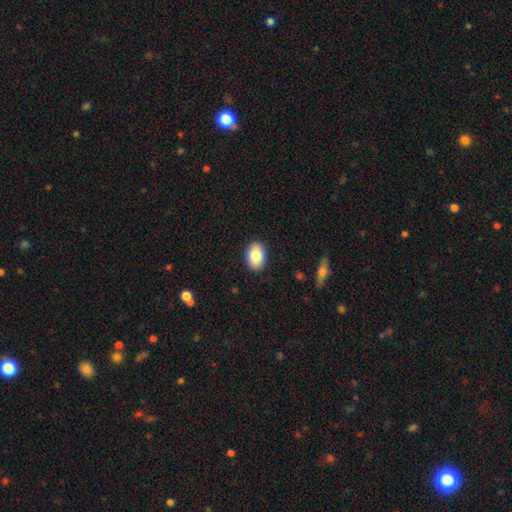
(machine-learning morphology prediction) This is clearly a smooth galaxy (83%). How rounded: clearly in between (84%). Merging: clearly none (89%).